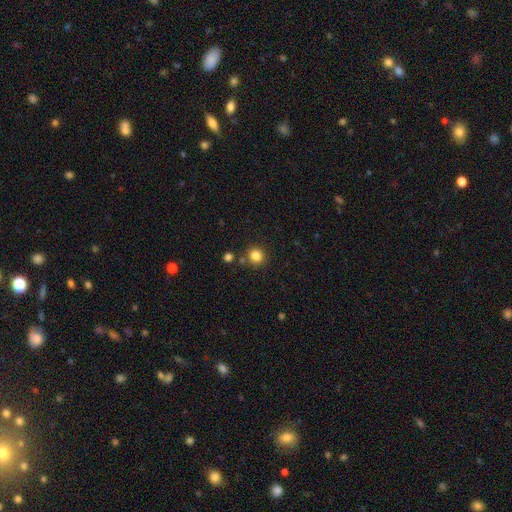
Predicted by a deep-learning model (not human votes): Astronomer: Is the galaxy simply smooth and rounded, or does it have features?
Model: smooth — 84%.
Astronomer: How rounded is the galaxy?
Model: round — 90%.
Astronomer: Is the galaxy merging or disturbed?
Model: none — 82%.